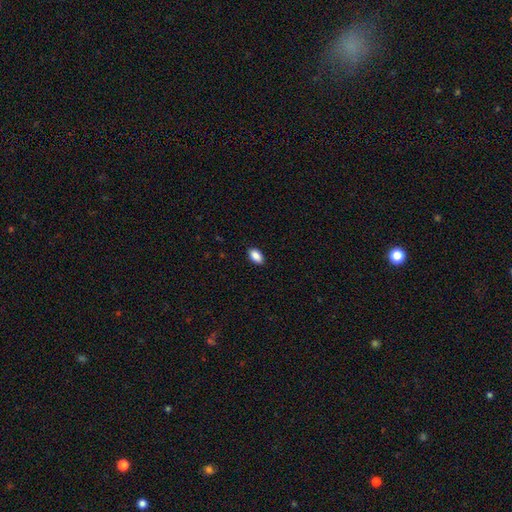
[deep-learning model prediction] Smooth or featured? Predicted: smooth (p=0.89). How rounded? Predicted: in between (p=0.92). Merging? Predicted: none (p=0.89).